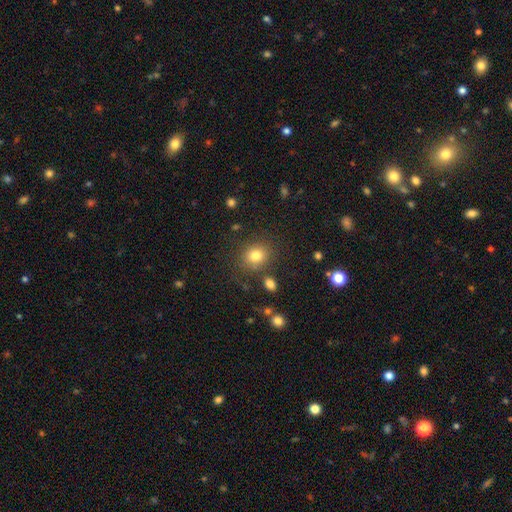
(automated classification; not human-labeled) A smooth galaxy with no disk features (80%) that is round (68%).

Vote fractions:
- Smooth or featured? smooth: 80% / star or artifact: 13% / featured or disk: 8%
- How rounded? round: 68% / in between: 31% / cigar-shaped: 1%
- Merging? none: 80% / minor disturbance: 11% / merger: 5% / major disturbance: 4%